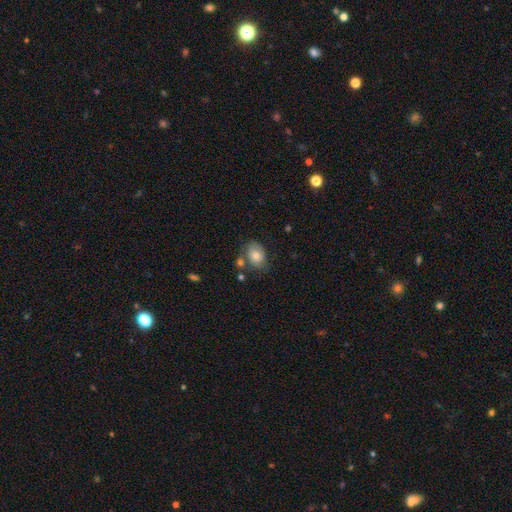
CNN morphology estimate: Smooth or featured? smooth (74%)
How rounded? in between (66%)
Merging? none (57%)